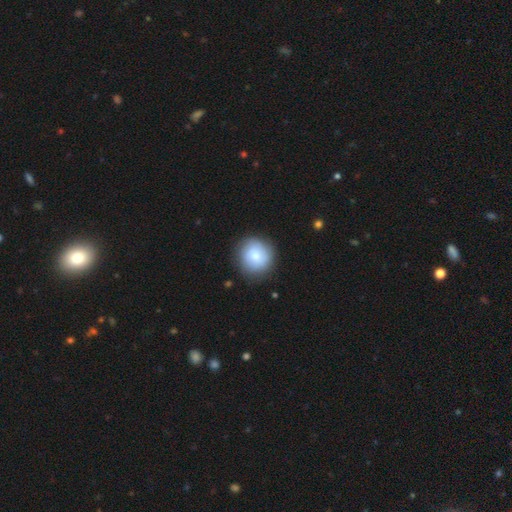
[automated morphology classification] Smooth or featured: smooth — 79% (featured or disk — 14%)
How rounded: round — 91% (in between — 8%)
Merging: none — 84% (minor disturbance — 11%)